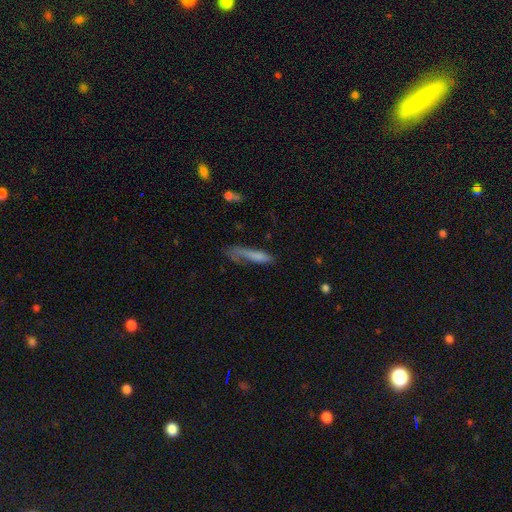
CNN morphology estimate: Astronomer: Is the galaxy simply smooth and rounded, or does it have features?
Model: smooth — 71%.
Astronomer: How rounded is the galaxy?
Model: cigar-shaped — 81%.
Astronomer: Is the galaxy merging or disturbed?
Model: none — 40% (runner-up: minor disturbance, 27%).